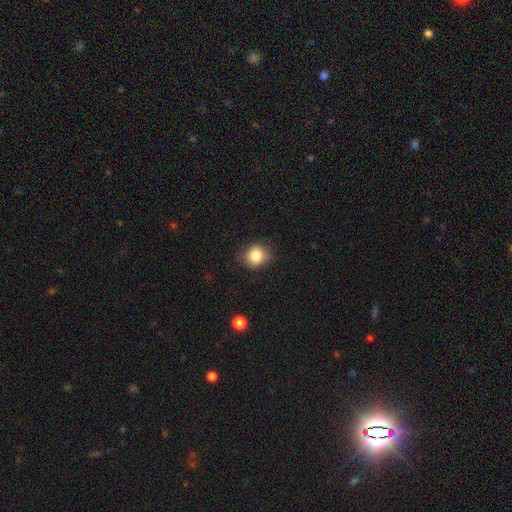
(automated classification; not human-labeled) The model was most divided on "how rounded": round: 75%, in between: 25%, cigar-shaped: 1%. More confident: smooth or featured — smooth (83%); merging — none (82%).